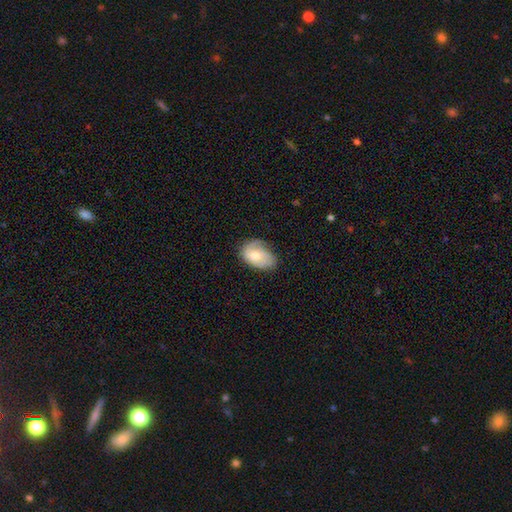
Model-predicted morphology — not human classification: This is possibly a smooth galaxy (53%). How rounded: clearly in between (84%). Merging: possibly none (53%).